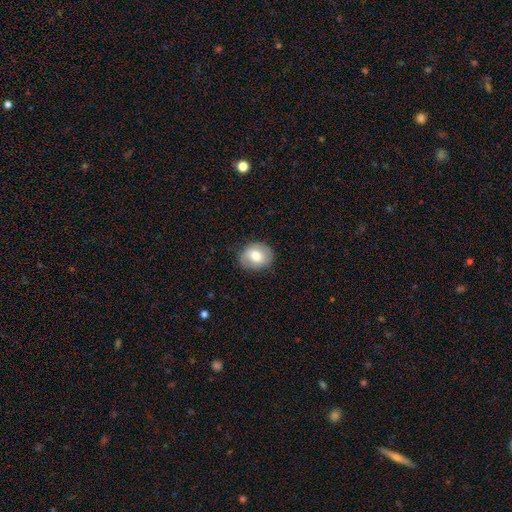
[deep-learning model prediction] A smooth galaxy with no disk features (71%) that is round (53%). Merging: none (81%).